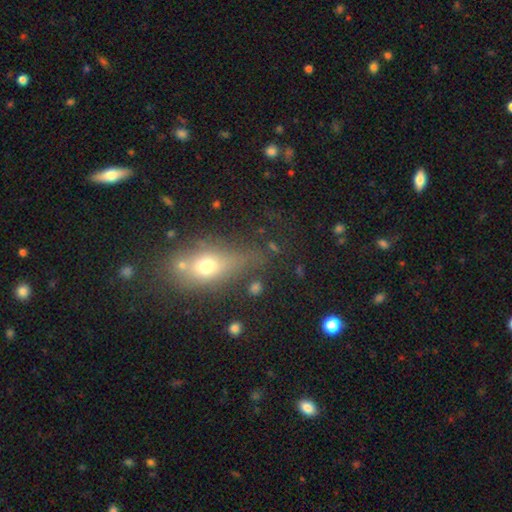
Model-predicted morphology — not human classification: smooth_or_featured: smooth (p=0.43) [alt: featured or disk p=0.37]
merging: none (p=0.64) [alt: minor disturbance p=0.20]